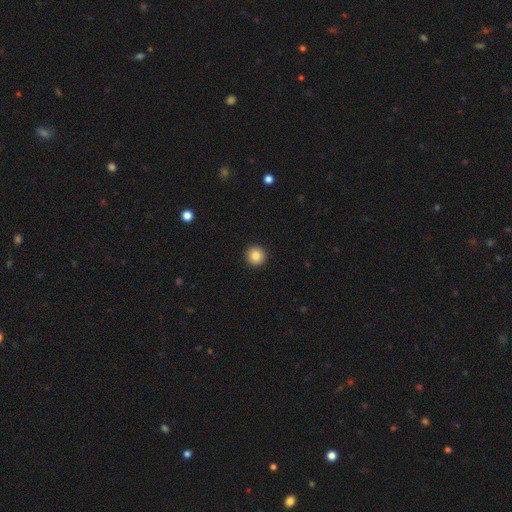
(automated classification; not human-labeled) Q: Smooth or featured?
A: smooth (85%); runner-up: star or artifact (10%)
Q: How rounded?
A: round (95%); runner-up: in between (4%)
Q: Merging?
A: none (94%); runner-up: minor disturbance (4%)